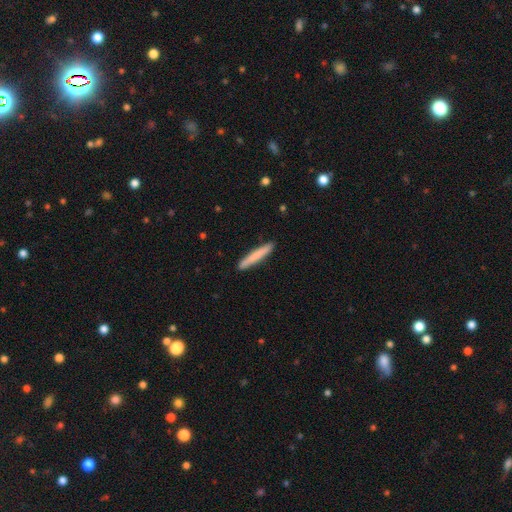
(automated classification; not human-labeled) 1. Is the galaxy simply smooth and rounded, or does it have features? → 77% smooth, 18% featured or disk, 5% star or artifact.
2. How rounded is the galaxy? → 96% cigar-shaped, 3% in between, 1% round.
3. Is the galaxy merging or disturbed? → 91% none, 7% minor disturbance, 1% major disturbance, 1% merger.